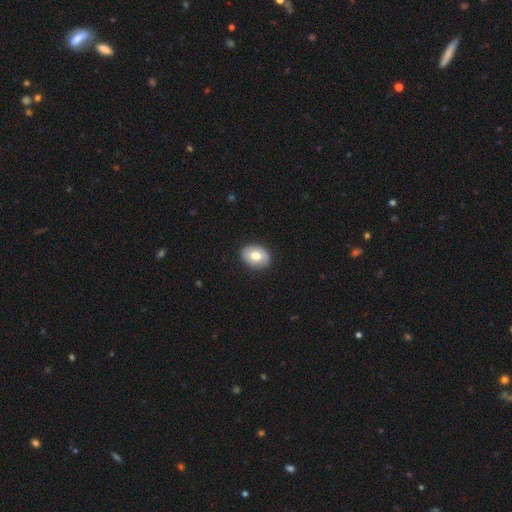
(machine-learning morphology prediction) Smooth or featured: smooth — 71% (featured or disk — 23%)
How rounded: in between — 69% (round — 30%)
Merging: none — 86% (minor disturbance — 11%)